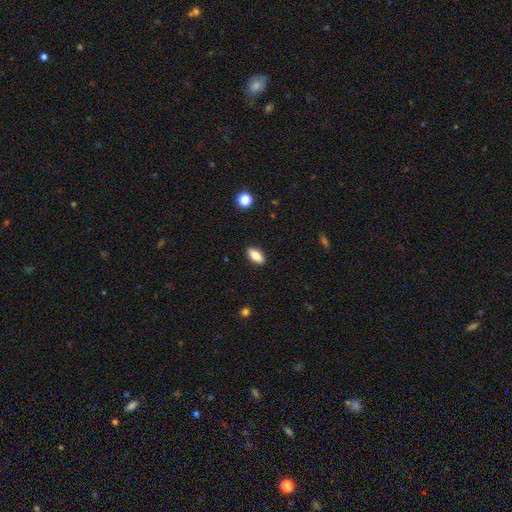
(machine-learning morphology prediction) smooth-or-featured: smooth: 78% | featured or disk: 14% | star or artifact: 7%
  how-rounded: in between: 82% | cigar-shaped: 15% | round: 3%
  merging: none: 89% | minor disturbance: 8% | major disturbance: 2% | merger: 1%